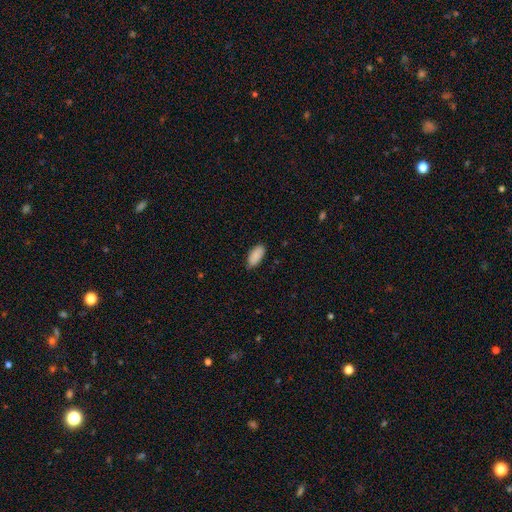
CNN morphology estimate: This appears to be a smooth galaxy with no disk features (90%) that is in between round and cigar-shaped (91%). Merging: none (86%).